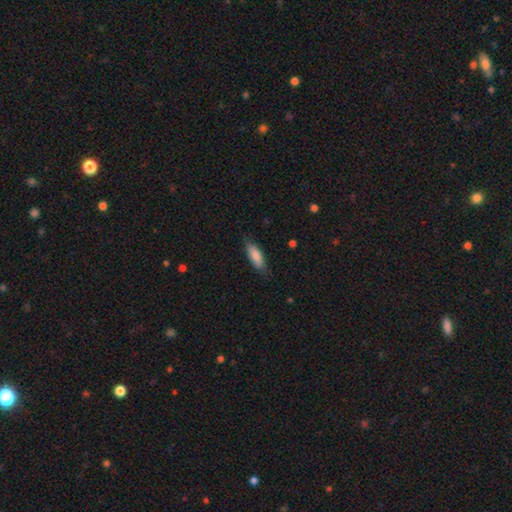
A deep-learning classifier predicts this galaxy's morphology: smooth_or_featured: smooth (p=0.85) [alt: featured or disk p=0.10]
how_rounded: in between (p=0.66) [alt: cigar-shaped p=0.32]
merging: none (p=0.78) [alt: minor disturbance p=0.18]